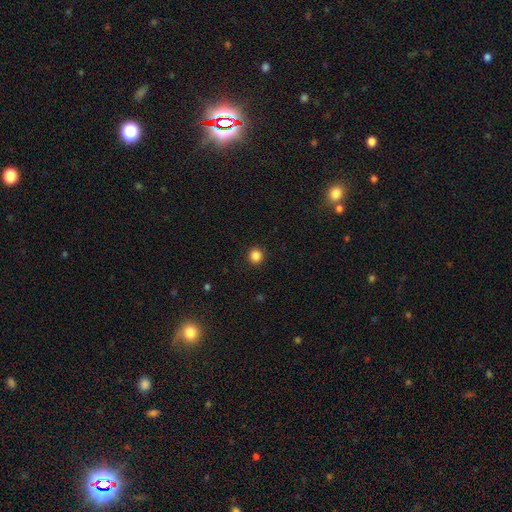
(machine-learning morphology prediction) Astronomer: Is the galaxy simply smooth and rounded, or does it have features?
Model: smooth — 86%.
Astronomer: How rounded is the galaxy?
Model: round — 92%.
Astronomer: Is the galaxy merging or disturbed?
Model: none — 93%.